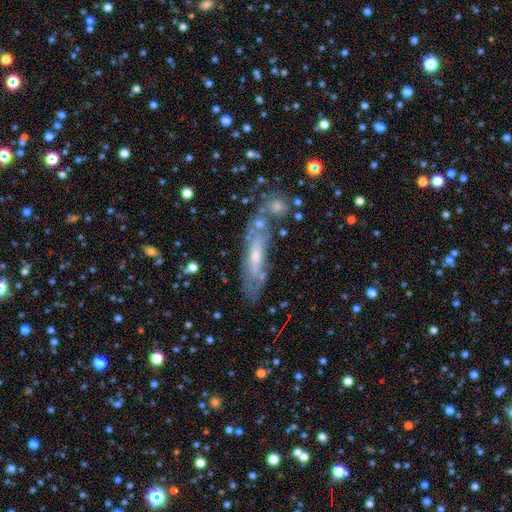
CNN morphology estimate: Q: Smooth or featured?
A: featured or disk (62%); runner-up: smooth (28%)
Q: Edge-on disk?
A: no (61%); runner-up: yes (39%)
Q: Merging?
A: none (63%); runner-up: minor disturbance (19%)